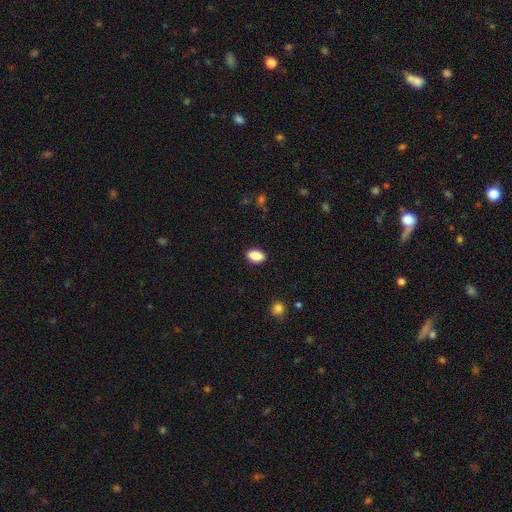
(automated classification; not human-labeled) Smooth or featured? Predicted: smooth (p=0.87). How rounded? Predicted: in between (p=0.90). Merging? Predicted: none (p=0.89).